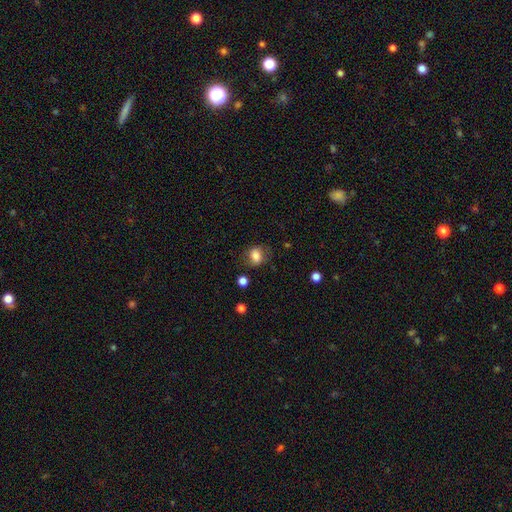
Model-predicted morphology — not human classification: Smooth or featured: smooth — 79% (featured or disk — 12%)
How rounded: in between — 53% (round — 45%)
Merging: none — 68% (minor disturbance — 21%)